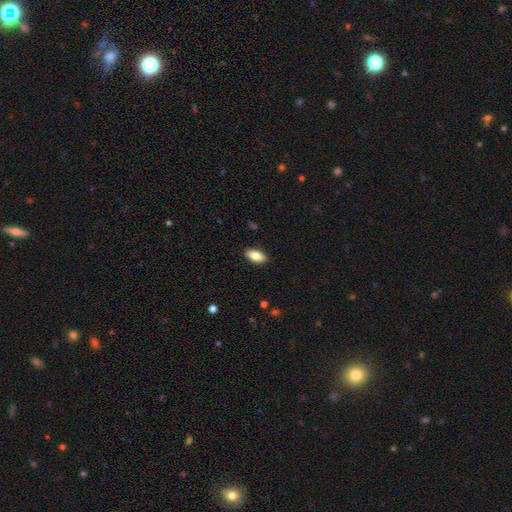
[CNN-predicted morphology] Q: Smooth or featured?
A: smooth (83%); runner-up: featured or disk (11%)
Q: How rounded?
A: in between (90%); runner-up: cigar-shaped (7%)
Q: Merging?
A: none (89%); runner-up: minor disturbance (8%)